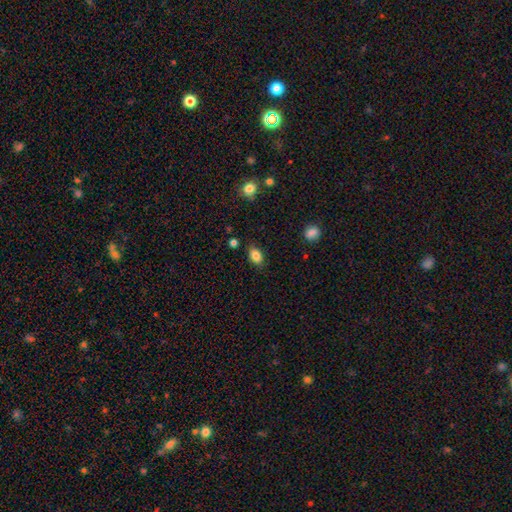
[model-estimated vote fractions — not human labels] smooth 84%, star or artifact 9%, featured or disk 7%. Down the decision tree: how rounded — in between (86%); merging — none (83%).